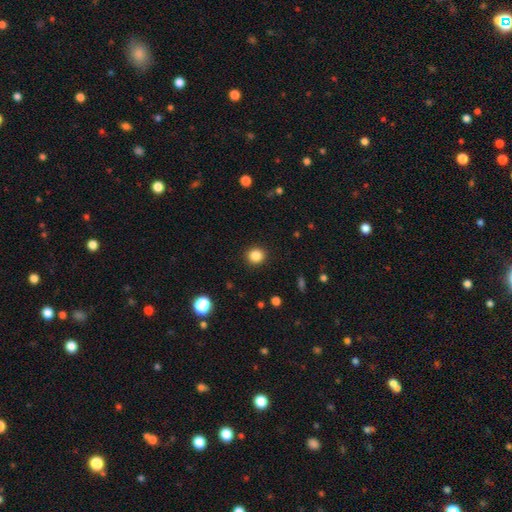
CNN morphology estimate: A smooth galaxy with no disk features (85%) that is round (87%). Merging: none (92%).